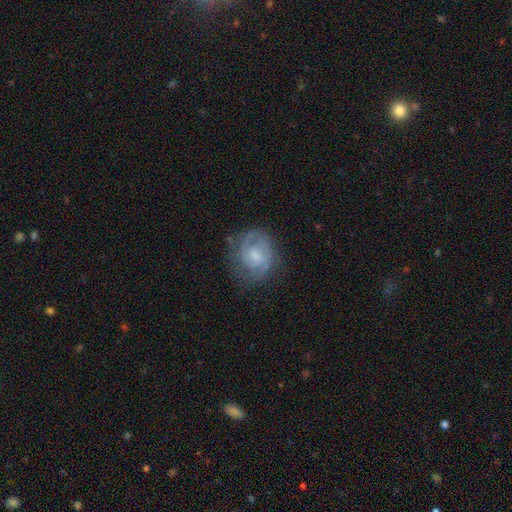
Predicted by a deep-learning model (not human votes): smooth-or-featured: featured or disk: 71% | smooth: 22% | star or artifact: 7%
  disk-edge-on: no: 98% | yes: 2%
    bar: no: 55% | weak: 40% | strong: 5%
    has-spiral-arms: yes: 89% | no: 11%
      spiral-winding: tight: 50% | medium: 38% | loose: 11%
      spiral-arm-count: 2: 55% | can't tell: 23% | 3: 9% | 1: 9% | 4: 2% | more than 4: 2%
    bulge-size: small: 43% | moderate: 39% | none: 12% | large: 5% | dominant: 1%
  merging: none: 68% | minor disturbance: 20% | major disturbance: 10% | merger: 2%